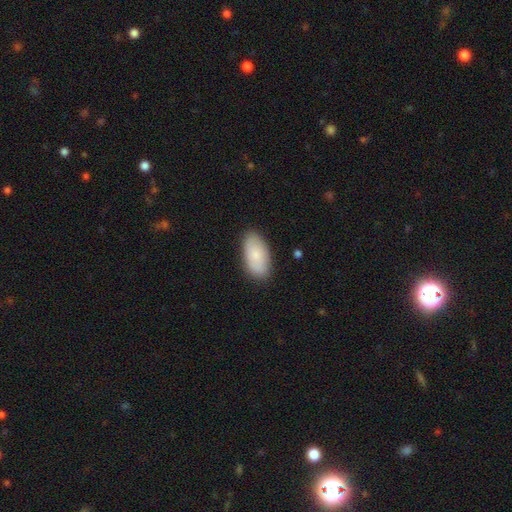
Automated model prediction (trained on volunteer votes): A smooth galaxy with no disk features (80%) that is in between round and cigar-shaped (95%).

Vote fractions:
- Smooth or featured? smooth: 80% / featured or disk: 14% / star or artifact: 6%
- How rounded? in between: 95% / round: 3% / cigar-shaped: 2%
- Merging? none: 84% / minor disturbance: 12% / major disturbance: 2% / merger: 1%